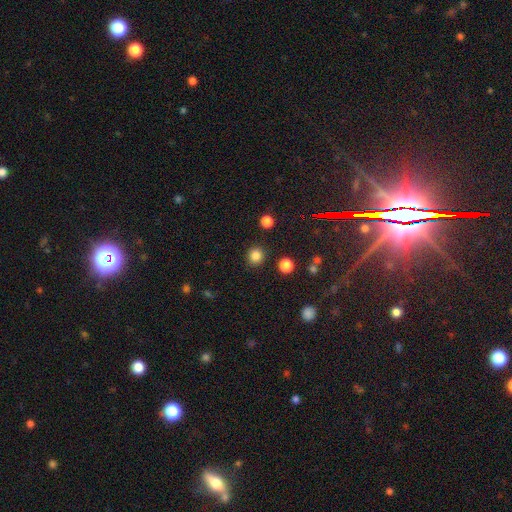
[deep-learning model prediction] A smooth galaxy with no disk features (83%) that is round (90%).

Vote fractions:
- Smooth or featured? smooth: 83% / star or artifact: 13% / featured or disk: 4%
- How rounded? round: 90% / in between: 9% / cigar-shaped: 1%
- Merging? none: 90% / minor disturbance: 6% / major disturbance: 2% / merger: 2%